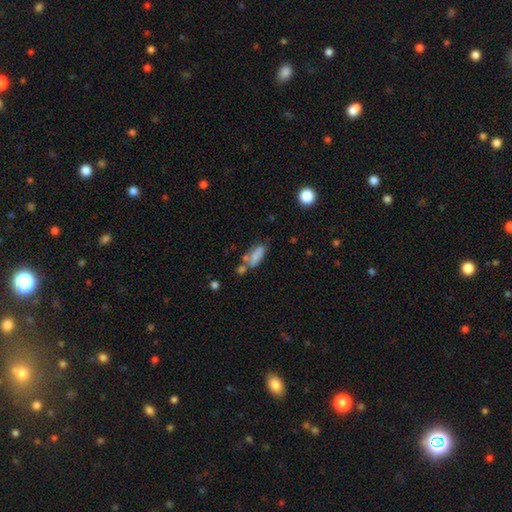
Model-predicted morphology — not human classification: smooth-or-featured: smooth: 80% | featured or disk: 11% | star or artifact: 9%
  how-rounded: in between: 69% | cigar-shaped: 28% | round: 3%
  merging: none: 48% | minor disturbance: 22% | merger: 22% | major disturbance: 8%